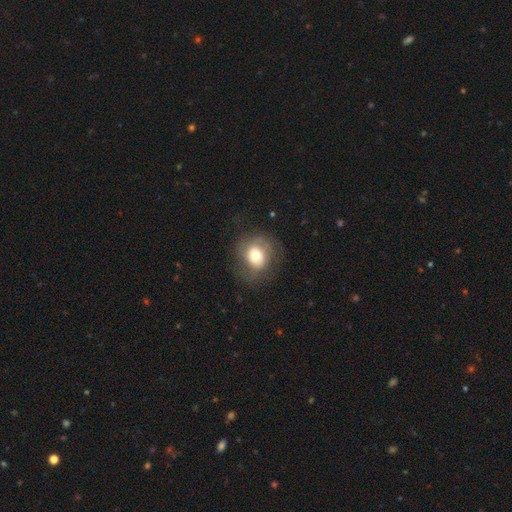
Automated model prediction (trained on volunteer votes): Smooth or featured? smooth (62%)
How rounded? round (69%)
Merging? none (65%)